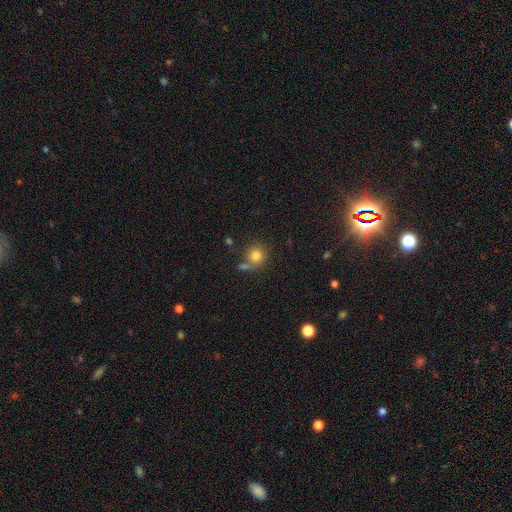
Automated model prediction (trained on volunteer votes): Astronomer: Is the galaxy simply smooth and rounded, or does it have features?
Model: smooth — 82%.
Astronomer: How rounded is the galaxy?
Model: round — 88%.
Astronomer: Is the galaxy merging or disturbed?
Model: none — 60%.